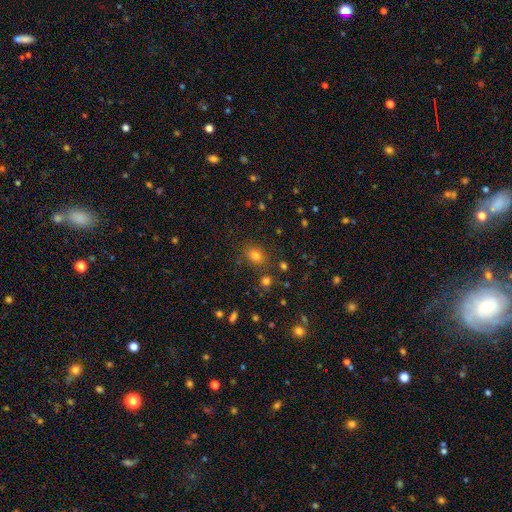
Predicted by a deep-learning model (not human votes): smooth-or-featured: smooth: 72% | star or artifact: 21% | featured or disk: 7%
  how-rounded: in between: 56% | round: 42% | cigar-shaped: 1%
  merging: none: 79% | minor disturbance: 11% | merger: 6% | major disturbance: 4%